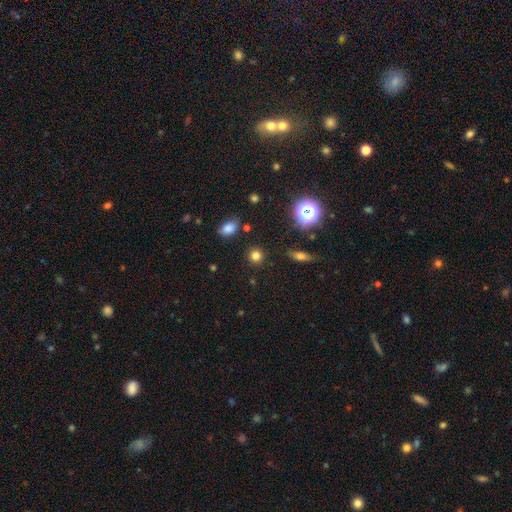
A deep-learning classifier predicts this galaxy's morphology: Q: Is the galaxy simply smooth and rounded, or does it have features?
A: smooth — 77%.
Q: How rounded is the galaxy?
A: round — 89%.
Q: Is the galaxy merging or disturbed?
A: none — 88%.